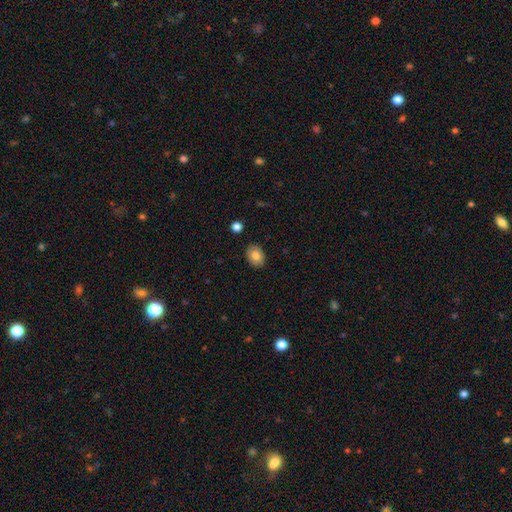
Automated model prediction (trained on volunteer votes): smooth_or_featured: smooth (p=0.81) [alt: featured or disk p=0.11]
how_rounded: in between (p=0.64) [alt: round p=0.35]
merging: none (p=0.89) [alt: minor disturbance p=0.08]